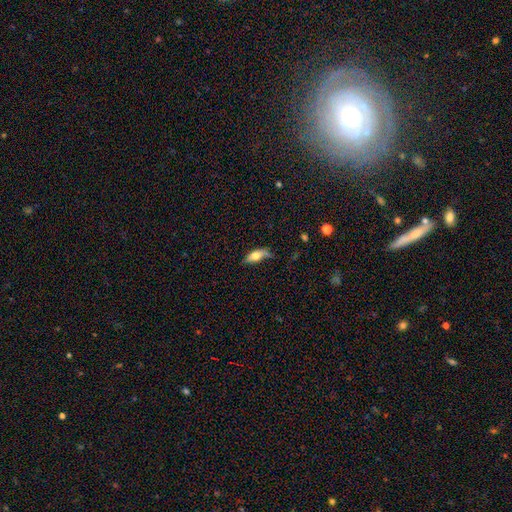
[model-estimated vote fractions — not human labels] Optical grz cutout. It shows a smooth galaxy with no disk features (61%) that is in between round and cigar-shaped (71%). Merging: none (45%).